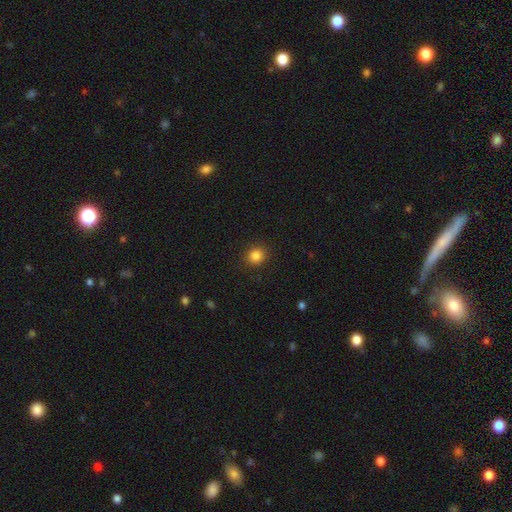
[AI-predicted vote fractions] Q: Smooth or featured?
A: smooth (85%); runner-up: star or artifact (11%)
Q: How rounded?
A: round (85%); runner-up: in between (14%)
Q: Merging?
A: none (89%); runner-up: minor disturbance (7%)